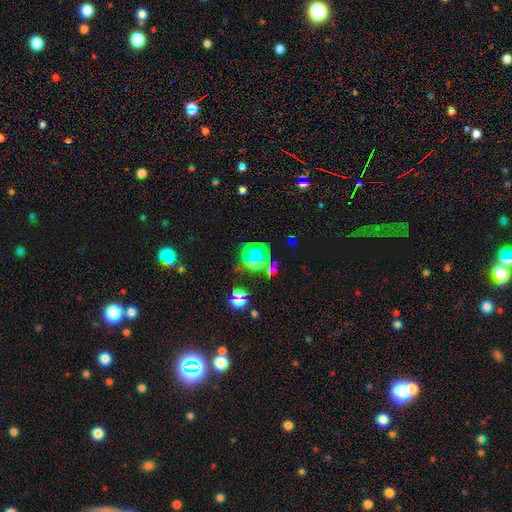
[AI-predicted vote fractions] This appears to be a star or artifact, not a galaxy (44%).